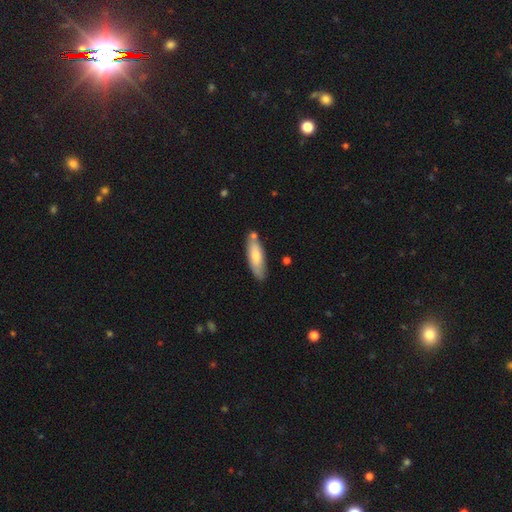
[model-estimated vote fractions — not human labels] Smooth or featured? Predicted: smooth (p=0.74). How rounded? Predicted: in between (p=0.50). Merging? Predicted: none (p=0.74).